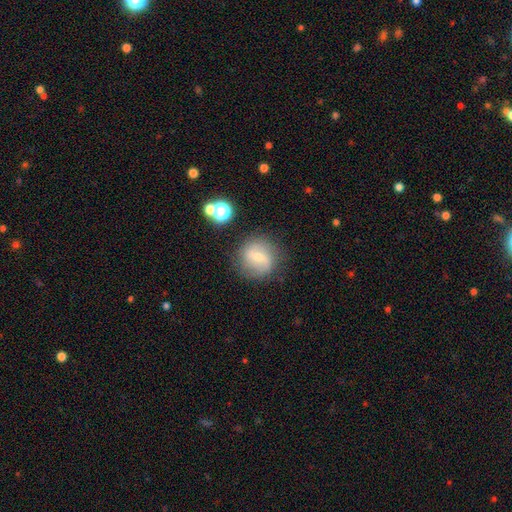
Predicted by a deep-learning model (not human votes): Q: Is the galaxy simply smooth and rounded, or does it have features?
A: featured or disk — 52%.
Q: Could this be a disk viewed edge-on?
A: no — 96%.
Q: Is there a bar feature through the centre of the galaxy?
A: weak — 50%.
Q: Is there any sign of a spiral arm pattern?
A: yes — 79%.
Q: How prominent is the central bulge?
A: small — 58%.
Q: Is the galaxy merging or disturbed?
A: none — 77%.